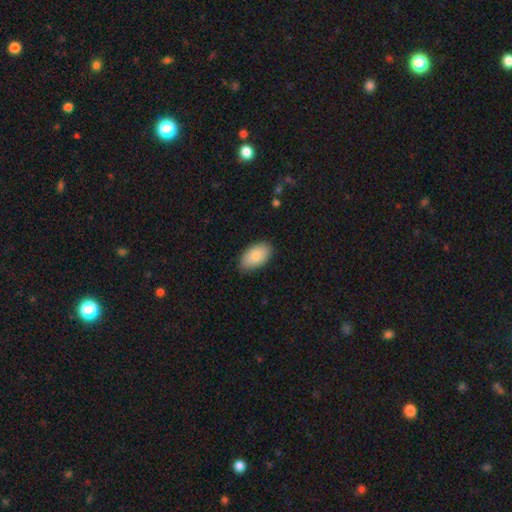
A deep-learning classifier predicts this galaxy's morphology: smooth-or-featured: smooth: 86% | featured or disk: 8% | star or artifact: 6%
  how-rounded: in between: 95% | round: 3% | cigar-shaped: 2%
  merging: none: 85% | minor disturbance: 12% | major disturbance: 2% | merger: 1%